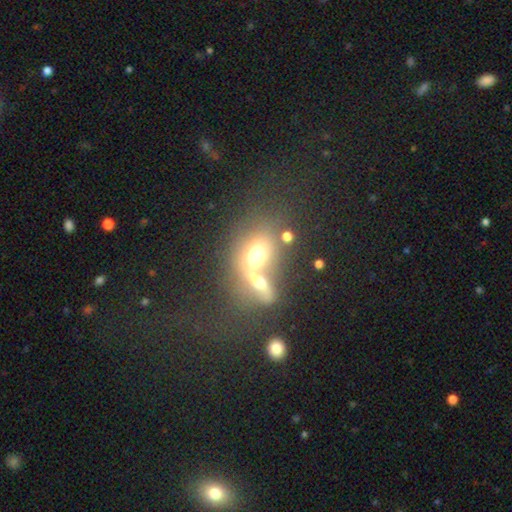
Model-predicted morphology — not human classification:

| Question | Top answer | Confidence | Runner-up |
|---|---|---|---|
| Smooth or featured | smooth | 61% | featured or disk (28%) |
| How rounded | in between | 59% | round (37%) |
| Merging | merger | 64% | none (20%) |